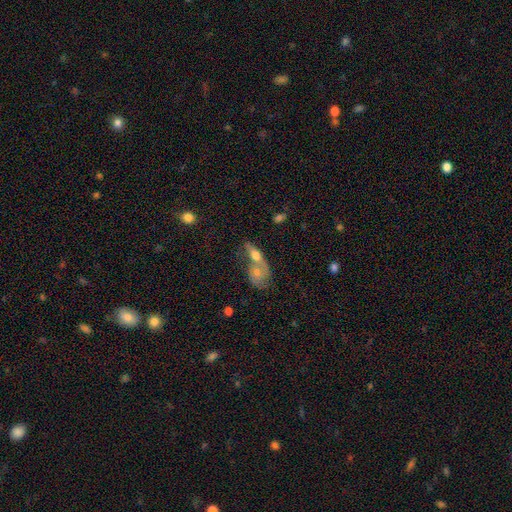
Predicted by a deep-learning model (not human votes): smooth-or-featured: smooth: 54% | featured or disk: 38% | star or artifact: 9%
  how-rounded: in between: 65% | cigar-shaped: 21% | round: 14%
  merging: merger: 65% | none: 22% | minor disturbance: 8% | major disturbance: 5%